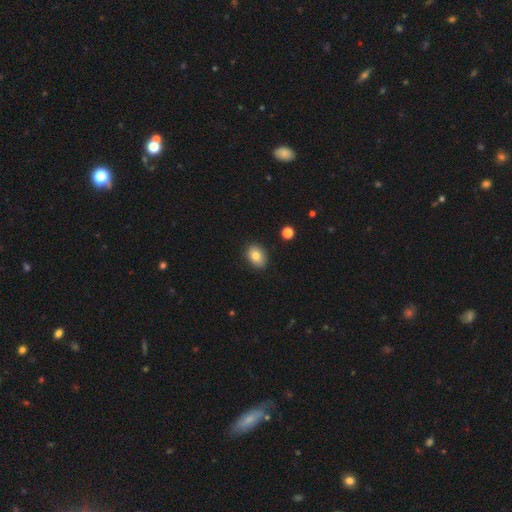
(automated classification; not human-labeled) A smooth galaxy with no disk features (83%) that is in between round and cigar-shaped (73%).

Vote fractions:
- Smooth or featured? smooth: 83% / star or artifact: 9% / featured or disk: 8%
- How rounded? in between: 73% / round: 26% / cigar-shaped: 1%
- Merging? none: 88% / minor disturbance: 9% / major disturbance: 2% / merger: 1%